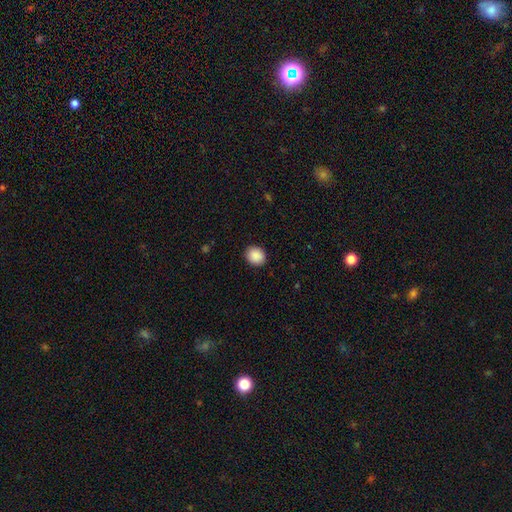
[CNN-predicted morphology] Smooth or featured? Predicted: smooth (p=0.90). How rounded? Predicted: round (p=0.69). Merging? Predicted: none (p=0.90).